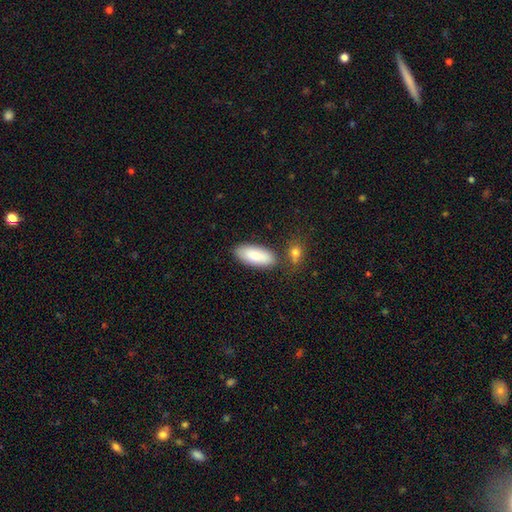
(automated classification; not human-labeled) Smooth or featured? smooth (81%)
How rounded? in between (86%)
Merging? none (77%)